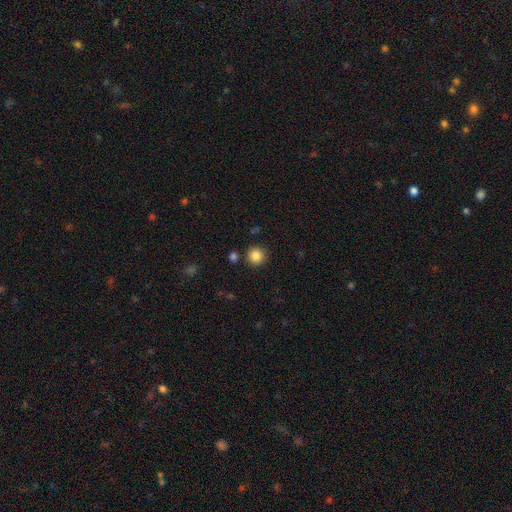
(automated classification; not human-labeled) Morphology: type=smooth (85%); roundness=round (94%); merging=none (88%).